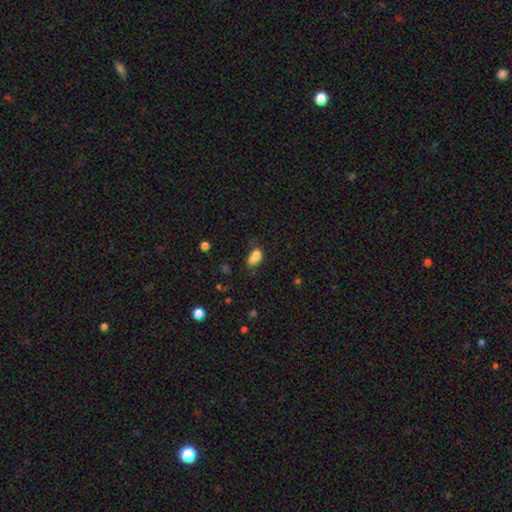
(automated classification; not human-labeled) Smooth or featured? Predicted: smooth (p=0.73). How rounded? Predicted: in between (p=0.55). Merging? Predicted: merger (p=0.50).